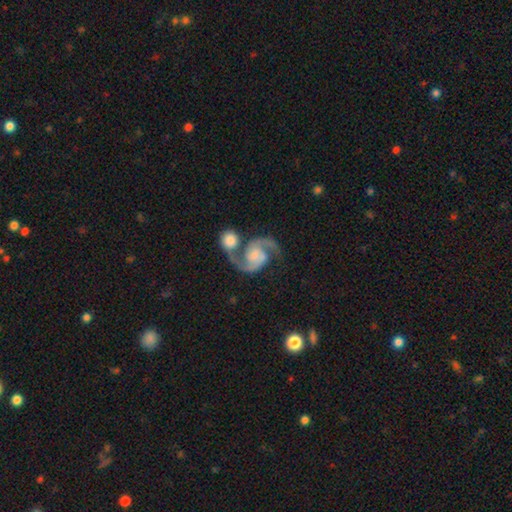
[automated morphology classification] A featured or disk galaxy (92%) with no bar (57%), 2 (94%) medium (59%) spiral arms (98%) and a small central bulge (35%).

Vote fractions:
- Smooth or featured? featured or disk: 92% / smooth: 4% / star or artifact: 4%
- Edge-on disk? no: 98% / yes: 2%
- Bar? no: 57% / weak: 33% / strong: 10%
- Spiral arms? yes: 98% / no: 2%
- Spiral winding? medium: 59% / loose: 26% / tight: 15%
- Spiral arm count? 2: 94% / can't tell: 1% / 1: 1% / 3: 1% / 4: 1% / more than 4: 1%
- Bulge size? small: 35% / moderate: 29% / none: 25% / large: 9% / dominant: 2%
- Merging? none: 46% / merger: 35% / minor disturbance: 12% / major disturbance: 7%